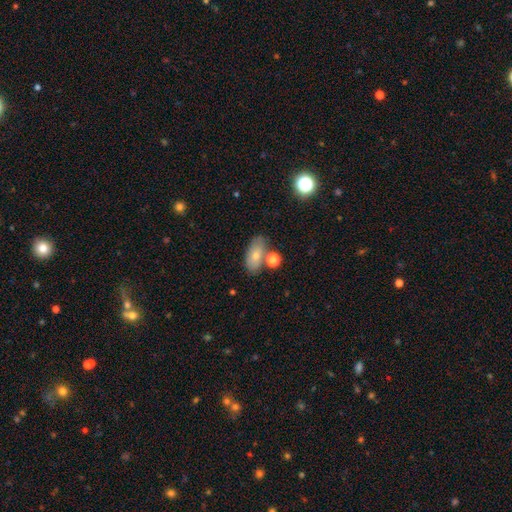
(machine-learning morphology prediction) This is likely a smooth galaxy (74%). How rounded: clearly in between (89%). Merging: likely none (61%).